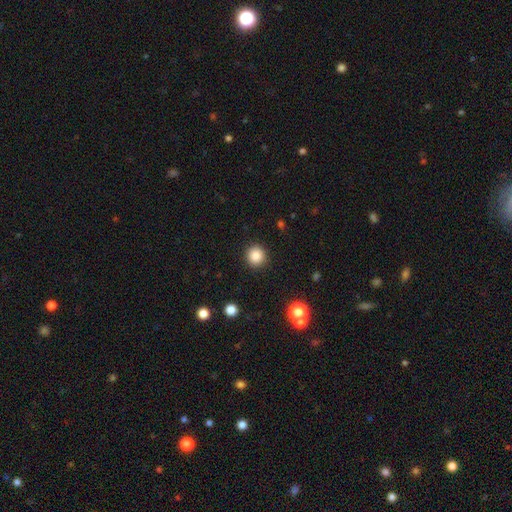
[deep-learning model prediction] Smooth or featured? smooth (86%)
How rounded? round (93%)
Merging? none (91%)